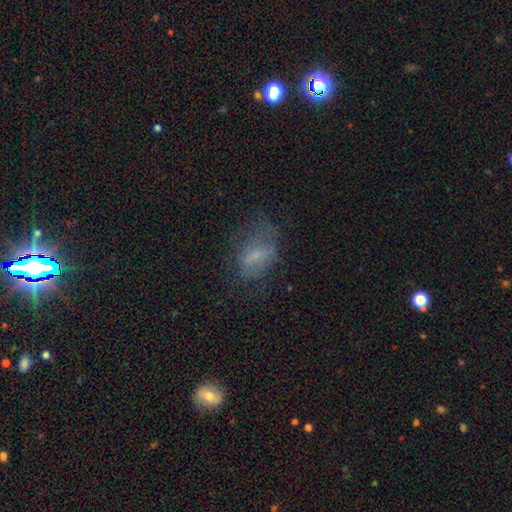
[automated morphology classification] This appears to be a smooth galaxy with no disk features (55%) that is in between round and cigar-shaped (82%). Merging: none (47%).